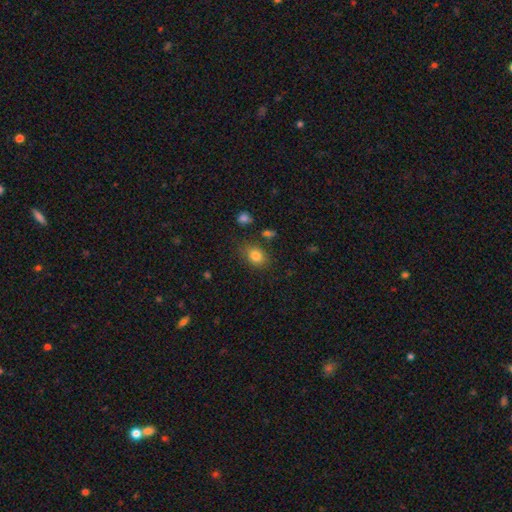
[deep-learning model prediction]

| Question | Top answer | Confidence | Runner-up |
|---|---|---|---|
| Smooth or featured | smooth | 83% | star or artifact (10%) |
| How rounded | in between | 63% | round (35%) |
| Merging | none | 75% | minor disturbance (16%) |